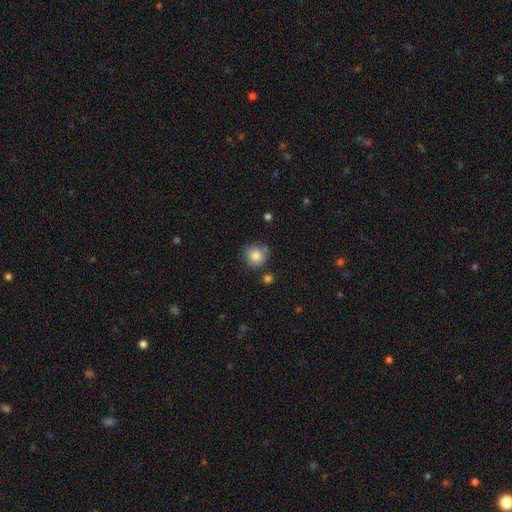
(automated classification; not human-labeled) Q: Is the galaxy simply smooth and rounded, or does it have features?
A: smooth — 84%.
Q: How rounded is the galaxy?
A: round — 88%.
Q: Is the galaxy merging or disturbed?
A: none — 74%.